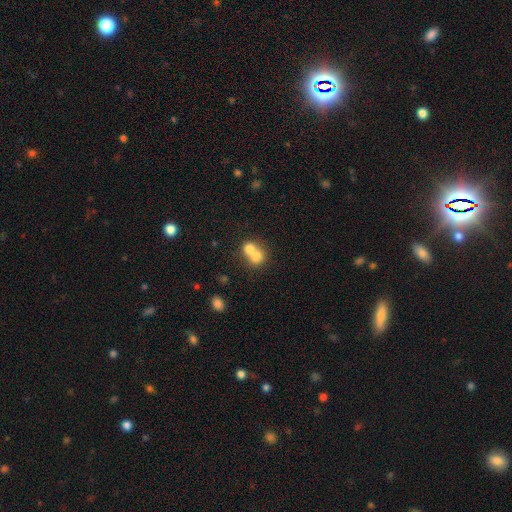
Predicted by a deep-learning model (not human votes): Morphology: type=smooth (72%); roundness=round (76%); merging=merger (67%).